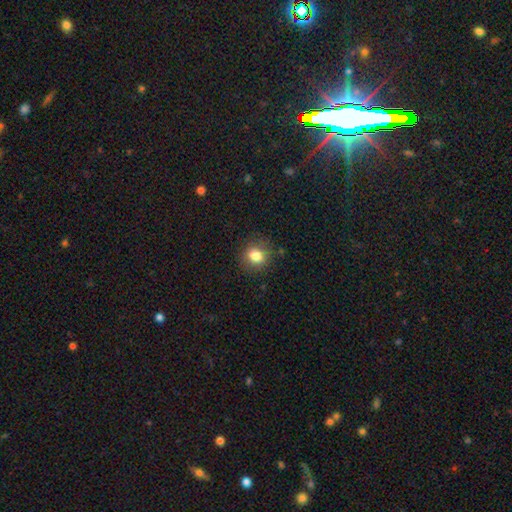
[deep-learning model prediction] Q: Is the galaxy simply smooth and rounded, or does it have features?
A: smooth — 82%.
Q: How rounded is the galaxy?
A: round — 66%.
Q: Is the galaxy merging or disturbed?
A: none — 84%.